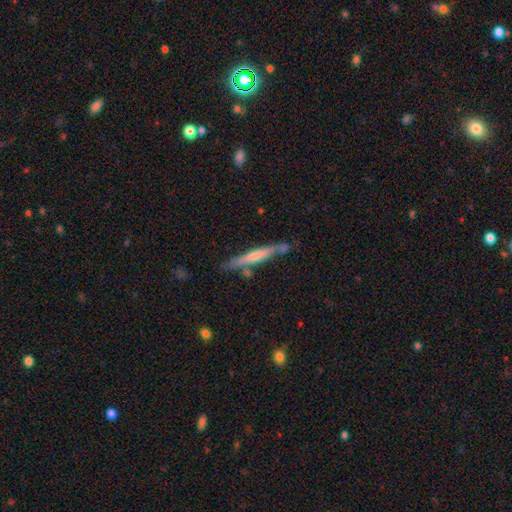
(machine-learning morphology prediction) Smooth or featured? Predicted: featured or disk (p=0.55). Edge-on disk? Predicted: yes (p=0.95). Edge-on bulge? Predicted: none (p=0.45). Merging? Predicted: none (p=0.80).